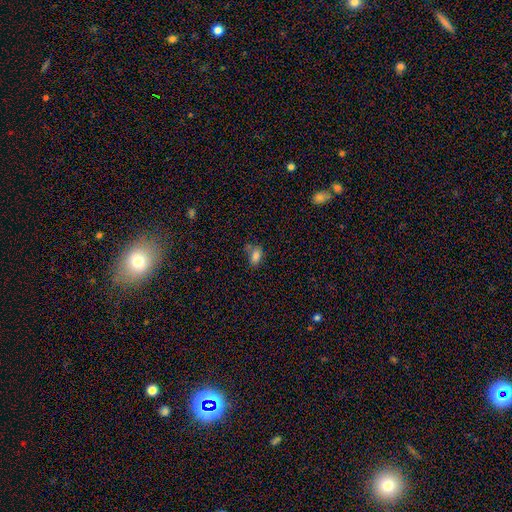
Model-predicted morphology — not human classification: type=smooth (81%); roundness=in between (86%); merging=none (57%).